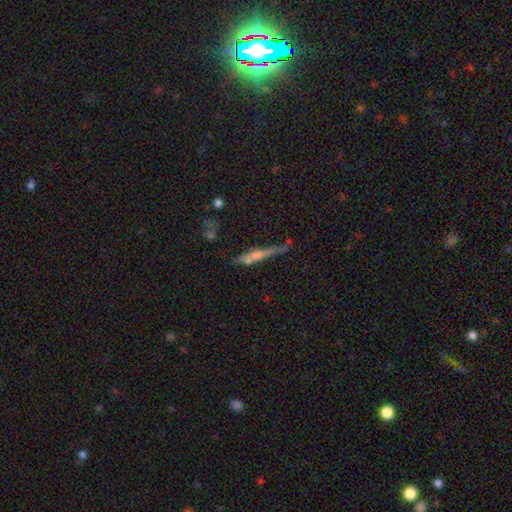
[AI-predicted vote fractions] This is possibly a featured or disk galaxy (53%). It is clearly viewed edge-on (91%). Merging: possibly none (60%).